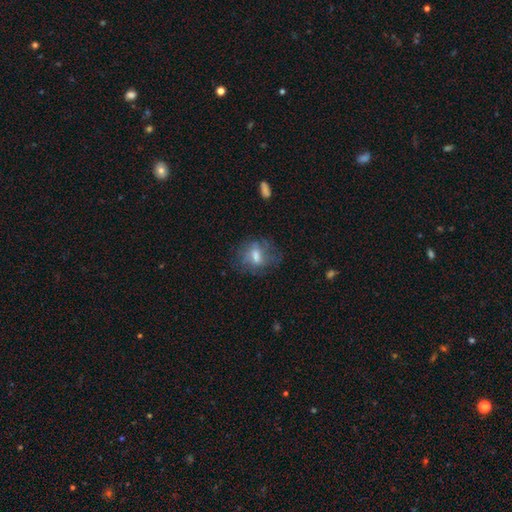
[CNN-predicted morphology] Overall: smooth (54%; featured or disk 35%). How rounded: in between (57%; round 39%). Merging: none (58%; minor disturbance 22%).